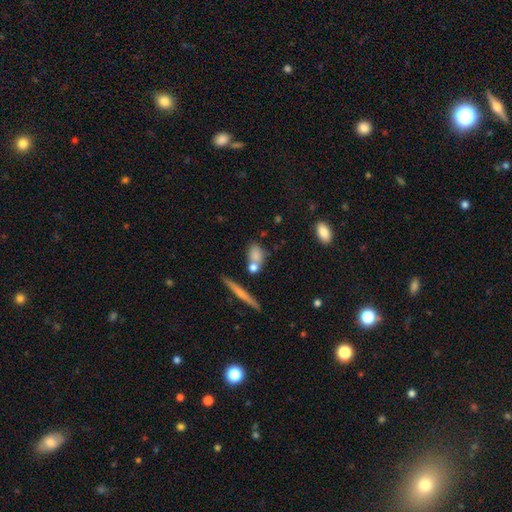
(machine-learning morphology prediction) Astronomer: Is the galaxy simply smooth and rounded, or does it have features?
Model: smooth — 74%.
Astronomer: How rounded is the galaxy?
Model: in between — 60%.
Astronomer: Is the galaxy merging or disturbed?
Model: none — 51% (runner-up: merger, 27%).